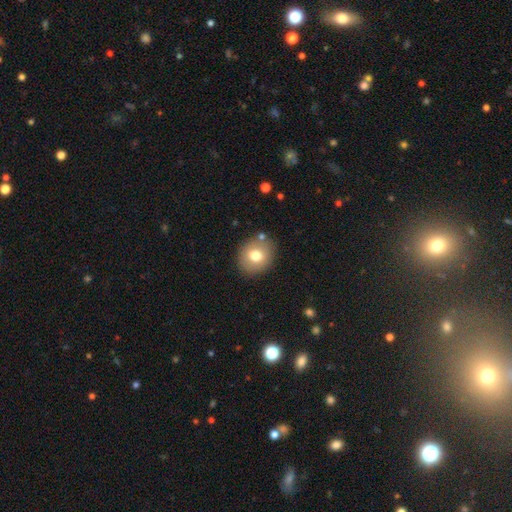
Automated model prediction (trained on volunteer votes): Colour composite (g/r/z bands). It shows a smooth galaxy with no disk features (73%) that is round (70%). Merging: none (84%).